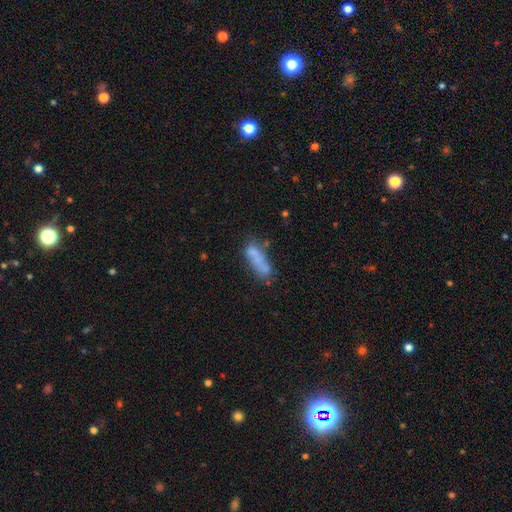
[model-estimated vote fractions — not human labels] Smooth or featured?
  - smooth: 59% *
  - featured or disk: 29%
  - star or artifact: 12%
How rounded?
  - in between: 49% *
  - cigar-shaped: 48%
  - round: 3%
Merging?
  - none: 44% *
  - merger: 22%
  - minor disturbance: 22%
  - major disturbance: 12%